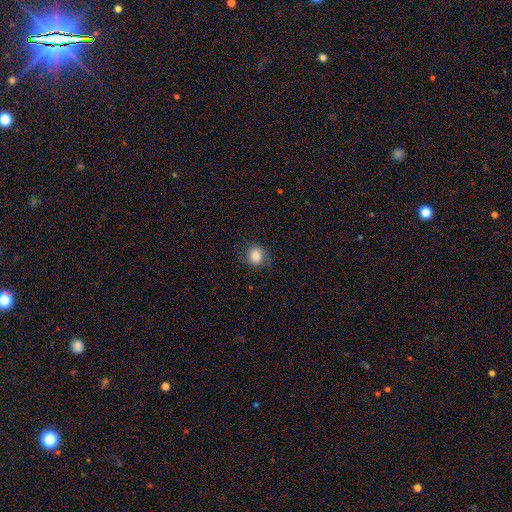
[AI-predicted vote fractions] A smooth galaxy with no disk features (84%) that is round (76%). Merging: none (78%).